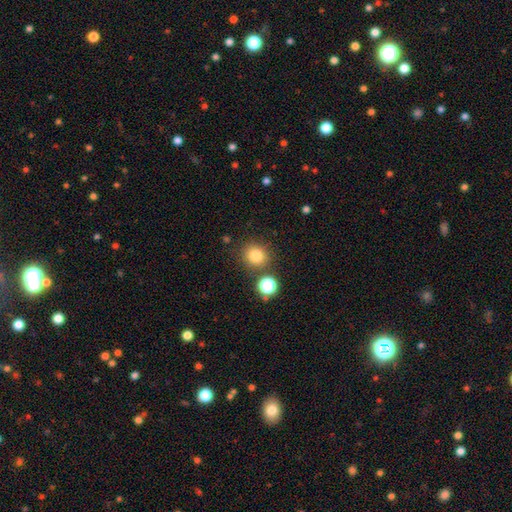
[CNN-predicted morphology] Smooth or featured? smooth (81%)
How rounded? round (88%)
Merging? none (81%)